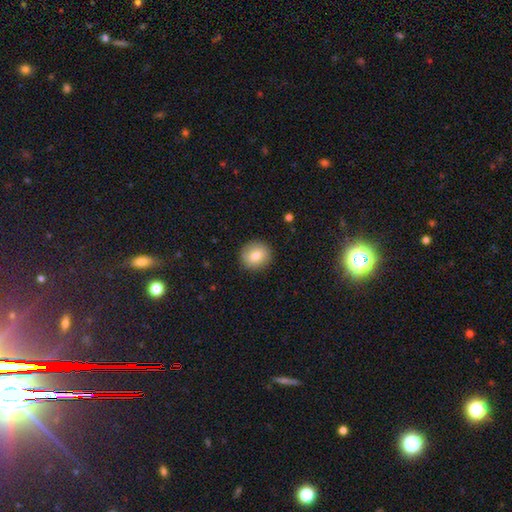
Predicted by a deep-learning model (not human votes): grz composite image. It shows a smooth galaxy with no disk features (79%) that is round (88%). Merging: none (90%).